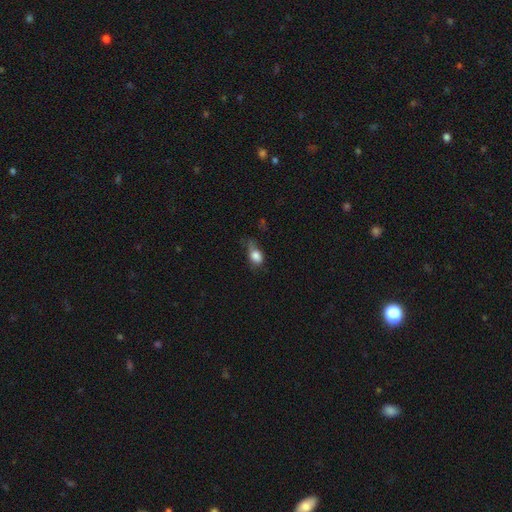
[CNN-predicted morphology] smooth-or-featured: smooth: 80% | featured or disk: 11% | star or artifact: 9%
  how-rounded: in between: 74% | round: 23% | cigar-shaped: 3%
  merging: minor disturbance: 35% | major disturbance: 33% | none: 28% | merger: 4%